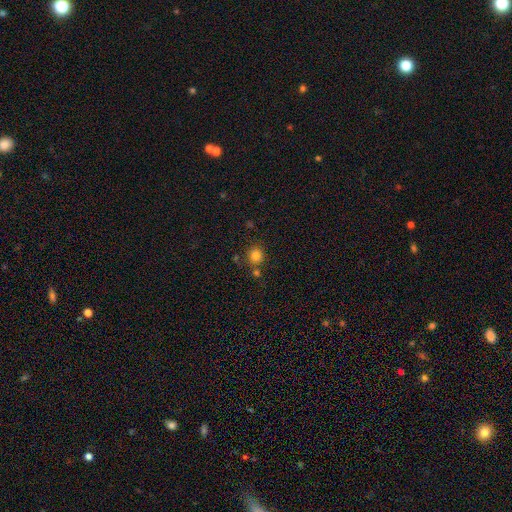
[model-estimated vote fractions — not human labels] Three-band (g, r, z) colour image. It shows a smooth galaxy with no disk features (81%) that is round (89%). Merging: none (76%).